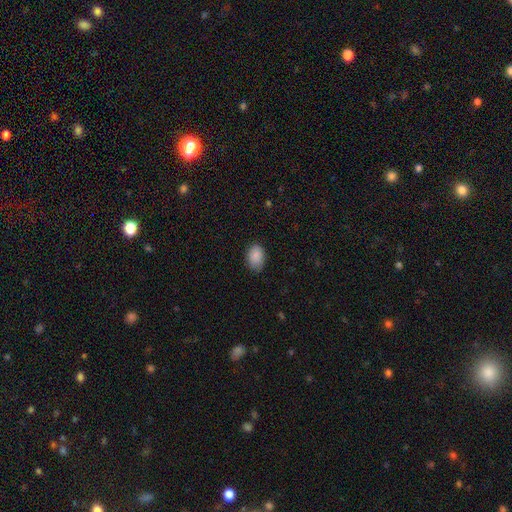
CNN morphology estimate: This is clearly a smooth galaxy (89%). How rounded: clearly in between (83%). Merging: likely none (79%).